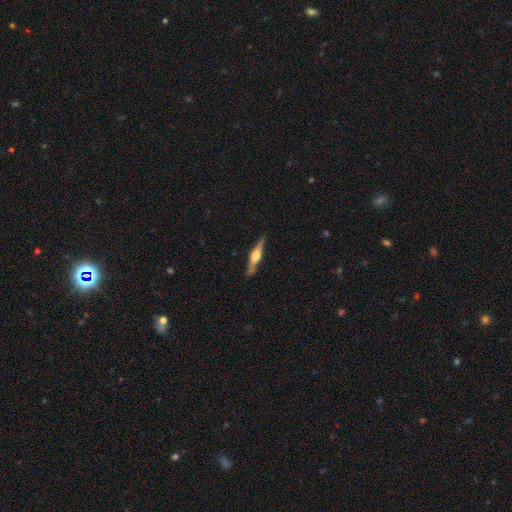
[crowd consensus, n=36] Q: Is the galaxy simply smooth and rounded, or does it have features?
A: featured or disk — 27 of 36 (75%).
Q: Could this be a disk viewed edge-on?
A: yes — 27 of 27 (100%).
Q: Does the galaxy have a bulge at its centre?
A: rounded — 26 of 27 (96%).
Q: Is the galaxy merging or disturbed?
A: none — 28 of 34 (82%).